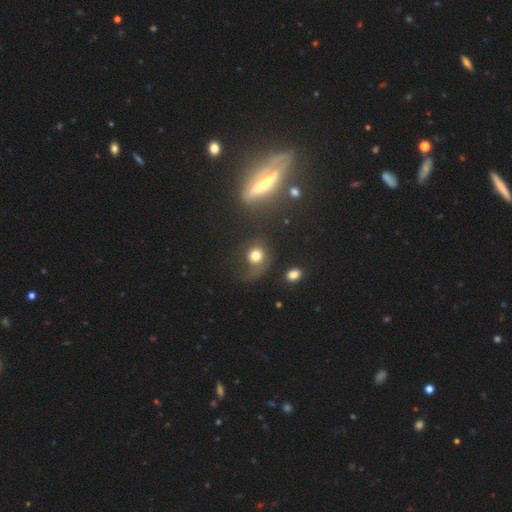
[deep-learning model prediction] This appears to be a smooth galaxy with no disk features (69%) that is round (73%). Merging: none (42%).